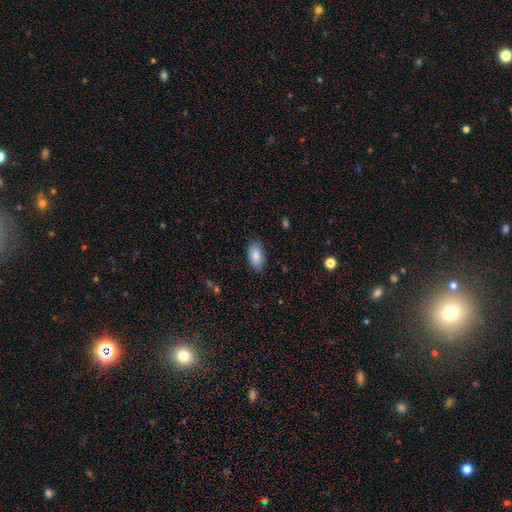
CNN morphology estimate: Q: Smooth or featured?
A: smooth (85%); runner-up: featured or disk (8%)
Q: How rounded?
A: in between (93%); runner-up: cigar-shaped (4%)
Q: Merging?
A: none (83%); runner-up: minor disturbance (13%)